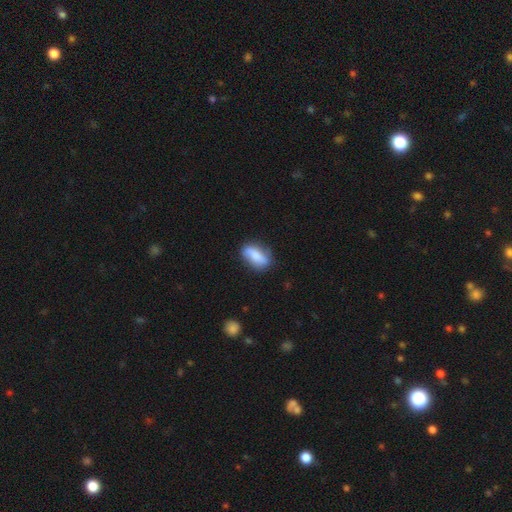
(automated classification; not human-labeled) smooth-or-featured: smooth: 66% | featured or disk: 27% | star or artifact: 7%
  how-rounded: in between: 77% | cigar-shaped: 17% | round: 6%
  merging: none: 77% | minor disturbance: 17% | major disturbance: 4% | merger: 2%